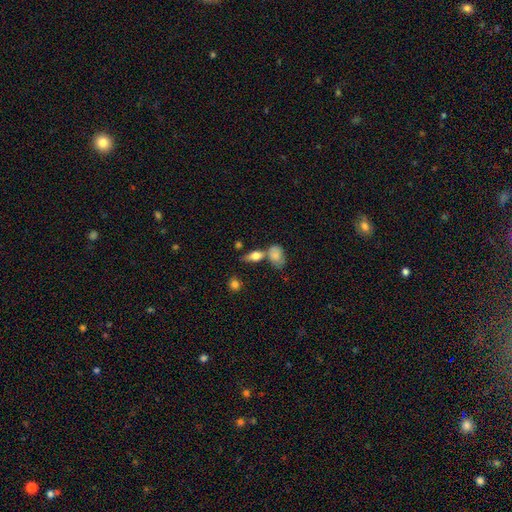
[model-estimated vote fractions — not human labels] Smooth or featured? Predicted: smooth (p=0.67). How rounded? Predicted: in between (p=0.74). Merging? Predicted: none (p=0.52).